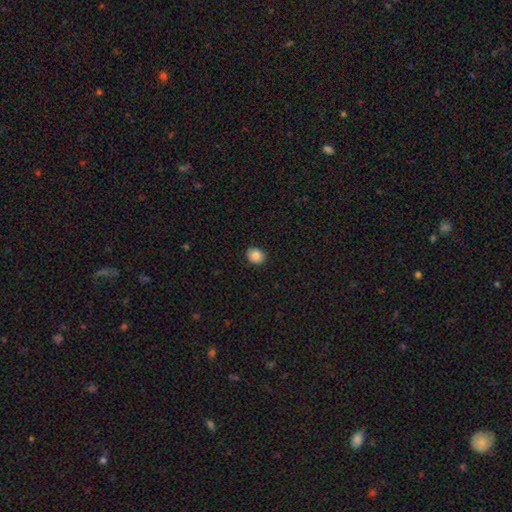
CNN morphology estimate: smooth 85%, star or artifact 9%, featured or disk 6%. Down the decision tree: how rounded — round (58%); merging — none (89%).